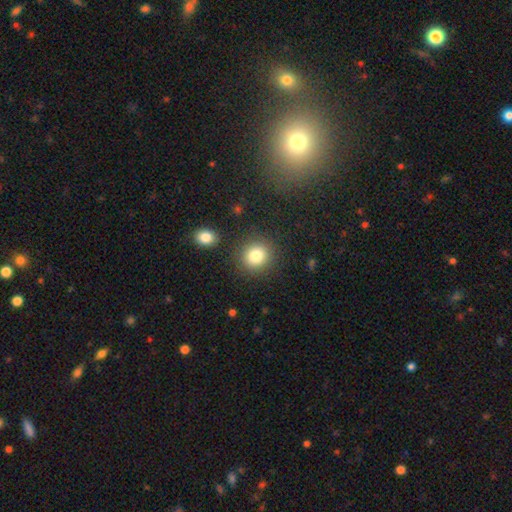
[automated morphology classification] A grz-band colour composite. It shows a smooth galaxy with no disk features (82%) that is round (85%). Merging: none (87%).